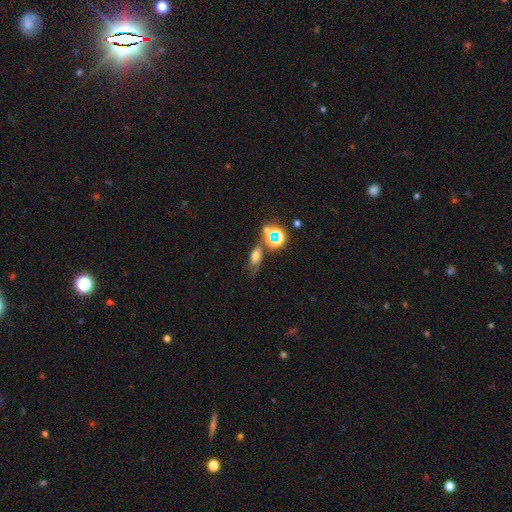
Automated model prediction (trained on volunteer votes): smooth 57%, star or artifact 27%, featured or disk 16%. Down the decision tree: how rounded — in between (74%); merging — none (53%).